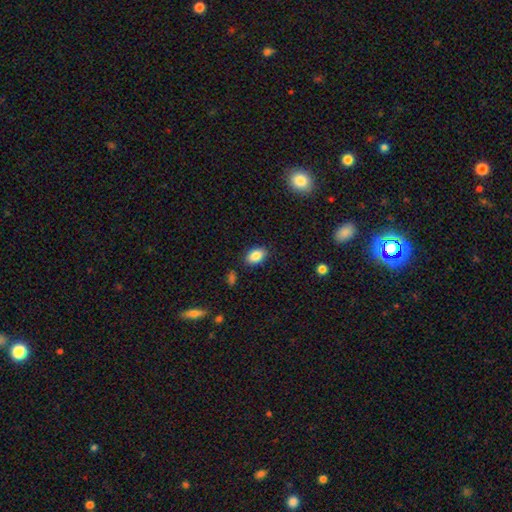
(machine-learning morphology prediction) The model was most divided on "merging": none: 85%, minor disturbance: 11%, major disturbance: 3%, merger: 2%. More confident: how rounded — in between (87%); smooth or featured — smooth (86%).